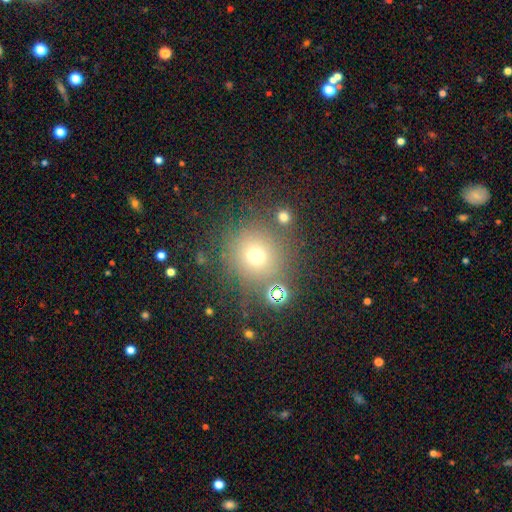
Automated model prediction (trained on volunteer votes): Smooth or featured? Predicted: smooth (p=0.66). How rounded? Predicted: round (p=0.91). Merging? Predicted: none (p=0.76).